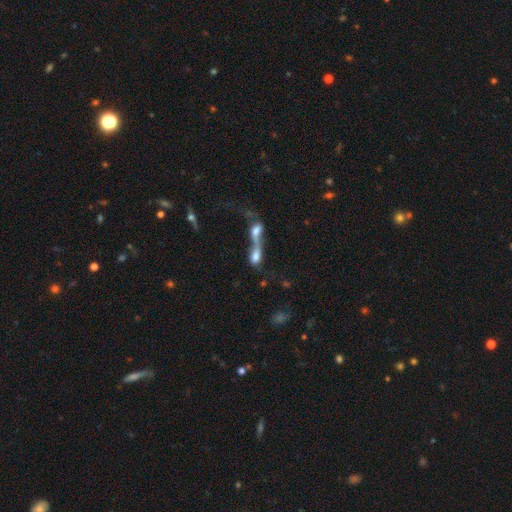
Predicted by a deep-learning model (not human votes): A smooth galaxy with no disk features (58%) that is in between round and cigar-shaped (65%).

Vote fractions:
- Smooth or featured? smooth: 58% / featured or disk: 31% / star or artifact: 11%
- How rounded? in between: 65% / round: 19% / cigar-shaped: 16%
- Merging? merger: 82% / none: 7% / major disturbance: 7% / minor disturbance: 4%